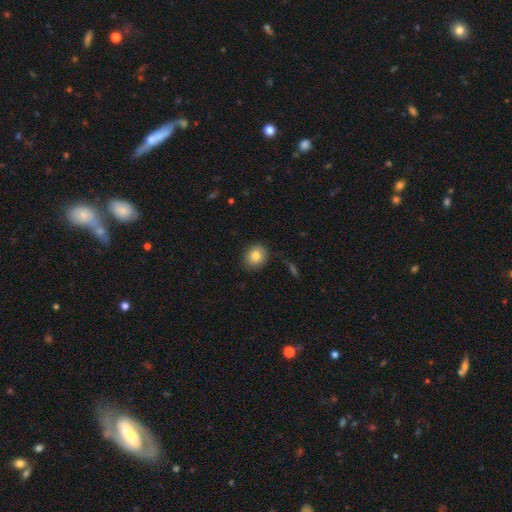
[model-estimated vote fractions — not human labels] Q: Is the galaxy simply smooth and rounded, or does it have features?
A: smooth — 83%.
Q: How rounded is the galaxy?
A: round — 71%.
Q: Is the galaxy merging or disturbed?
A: none — 86%.